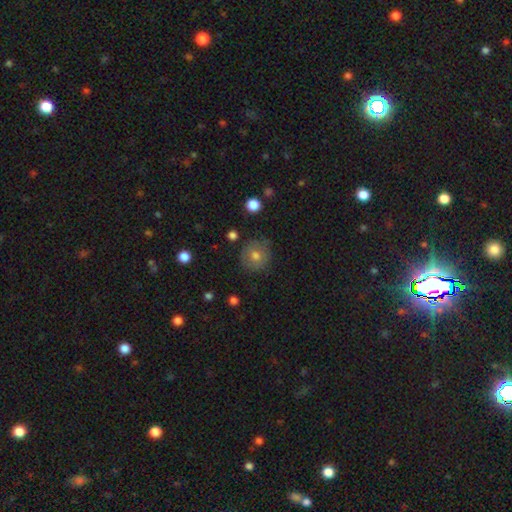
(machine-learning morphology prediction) Smooth or featured: smooth — 72% (featured or disk — 18%)
How rounded: round — 90% (in between — 9%)
Merging: none — 81% (minor disturbance — 14%)